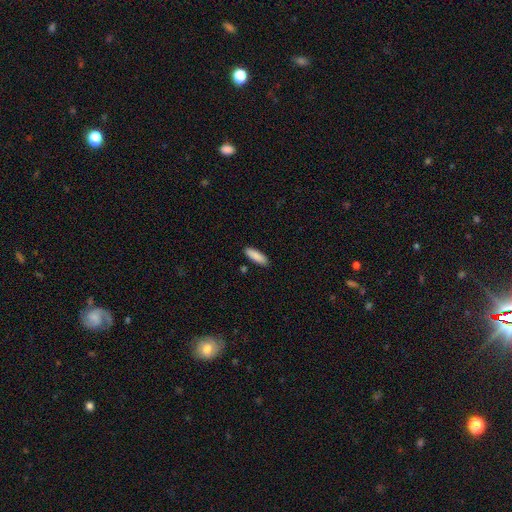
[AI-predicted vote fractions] The model was most divided on "how rounded": cigar-shaped: 52%, in between: 47%, round: 1%. More confident: smooth or featured — smooth (89%); merging — none (88%).